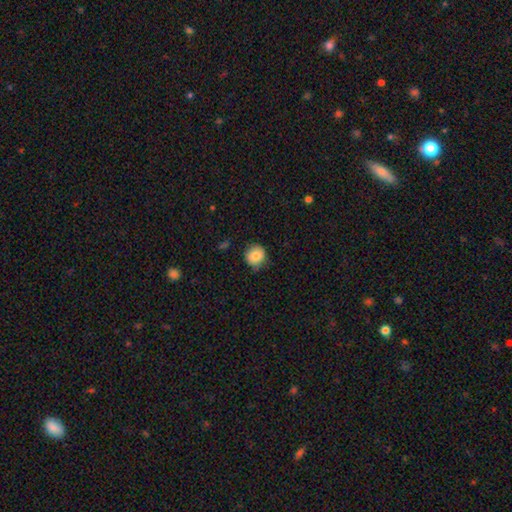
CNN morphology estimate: Smooth or featured? smooth (84%)
How rounded? round (89%)
Merging? none (78%)